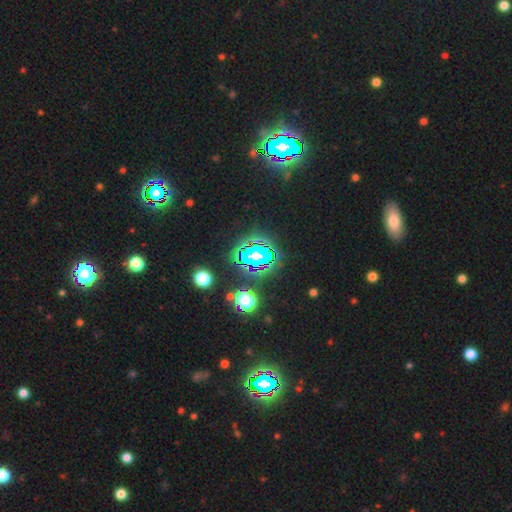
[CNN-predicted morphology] This appears to be a star or artifact, not a galaxy (67%).